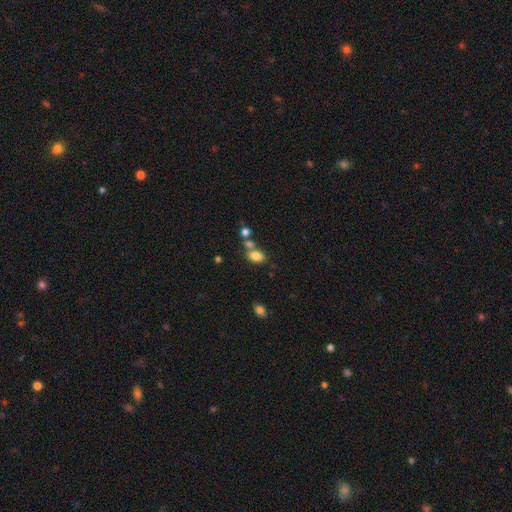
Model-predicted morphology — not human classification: Smooth or featured? smooth (81%)
How rounded? in between (81%)
Merging? none (53%)